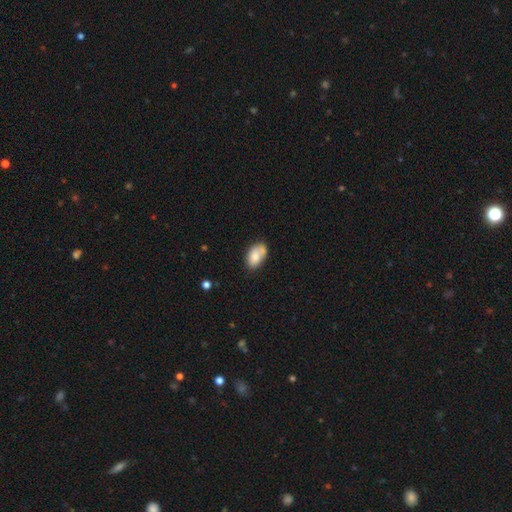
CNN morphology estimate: Smooth or featured? Predicted: smooth (p=0.77). How rounded? Predicted: in between (p=0.91). Merging? Predicted: none (p=0.48).